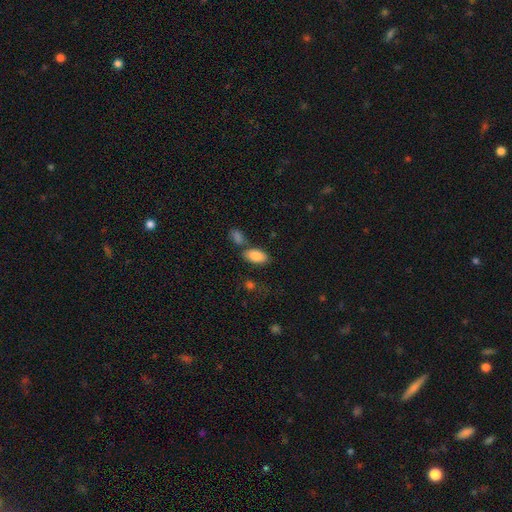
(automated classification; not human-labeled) Smooth or featured: smooth — 87% (star or artifact — 7%)
How rounded: in between — 93% (cigar-shaped — 3%)
Merging: none — 65% (merger — 18%)